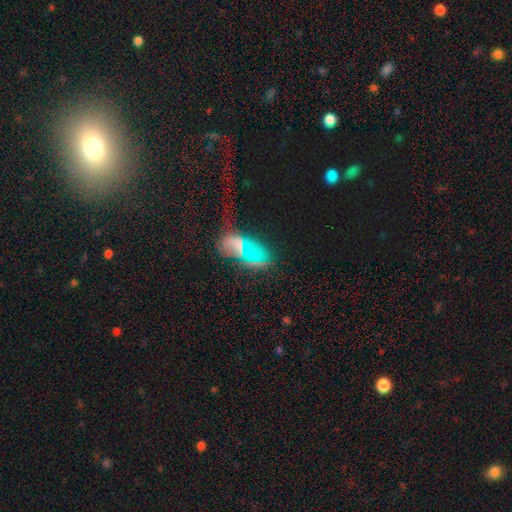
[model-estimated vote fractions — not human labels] Smooth or featured: star or artifact — 41% (smooth — 37%)